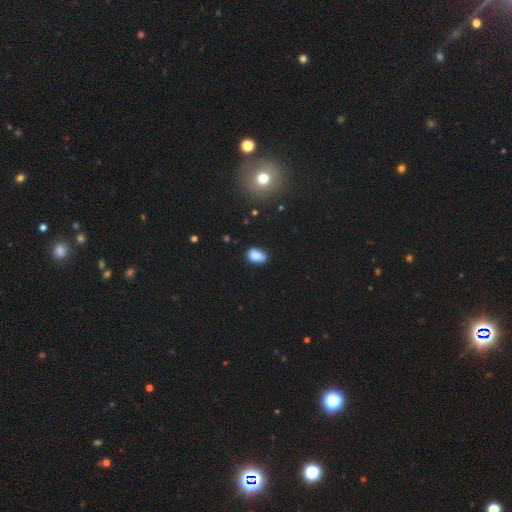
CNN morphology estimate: smooth_or_featured: smooth (p=0.85) [alt: star or artifact p=0.09]
how_rounded: in between (p=0.85) [alt: round p=0.14]
merging: none (p=0.71) [alt: minor disturbance p=0.23]